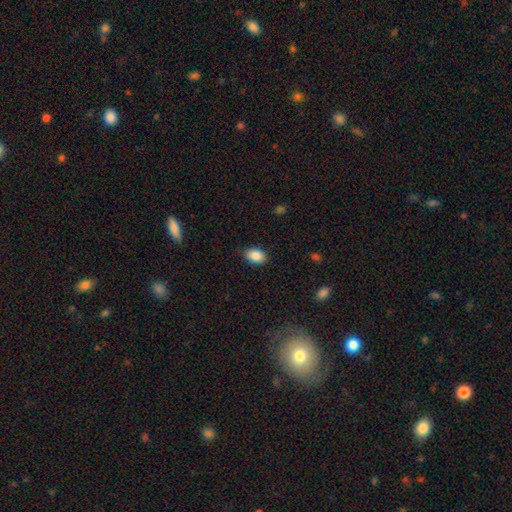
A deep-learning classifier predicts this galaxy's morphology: A smooth galaxy with no disk features (87%) that is in between round and cigar-shaped (84%).

Vote fractions:
- Smooth or featured? smooth: 87% / star or artifact: 8% / featured or disk: 5%
- How rounded? in between: 84% / round: 14% / cigar-shaped: 1%
- Merging? none: 84% / minor disturbance: 12% / major disturbance: 2% / merger: 1%